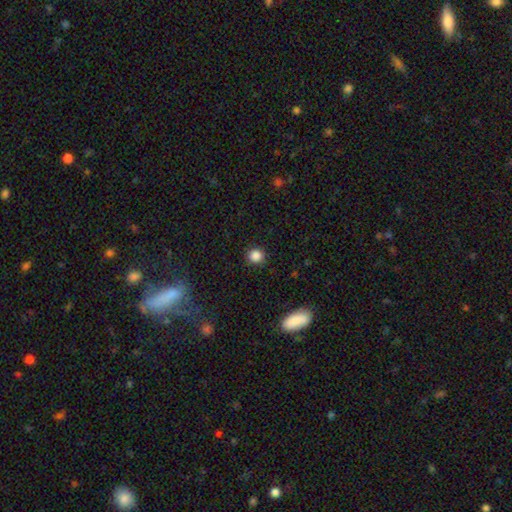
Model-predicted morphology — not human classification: Overall: smooth (85%). How rounded: round (90%). Merging: none (90%).